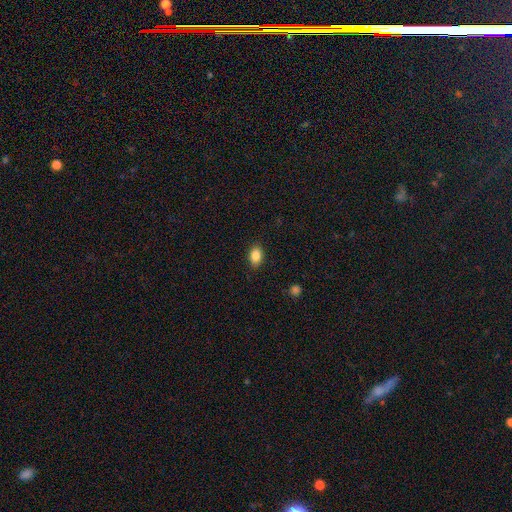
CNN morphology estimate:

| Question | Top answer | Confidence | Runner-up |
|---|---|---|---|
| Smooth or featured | smooth | 86% | star or artifact (9%) |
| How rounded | in between | 83% | round (15%) |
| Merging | none | 87% | minor disturbance (9%) |